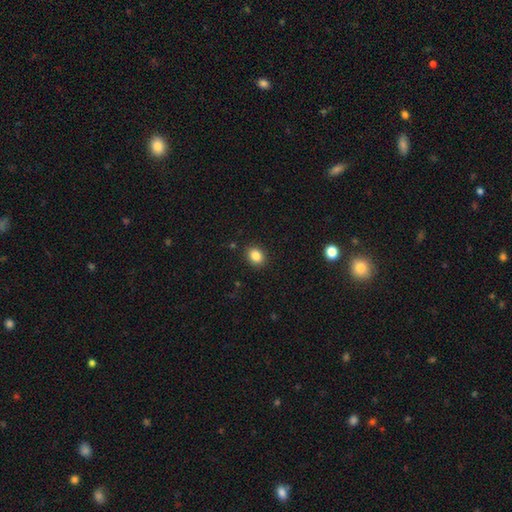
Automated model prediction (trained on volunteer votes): Overall: smooth (85%). How rounded: in between (51%; round 48%). Merging: none (89%).